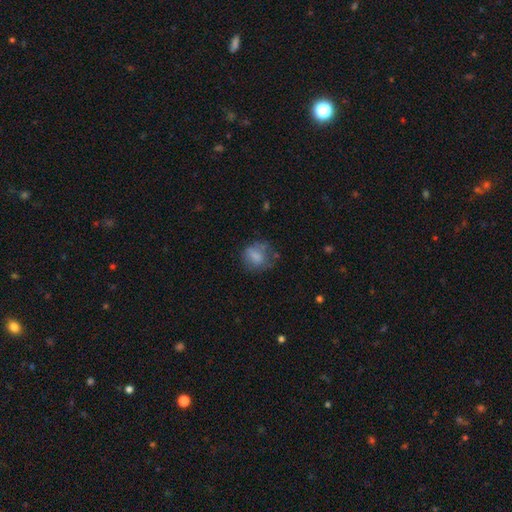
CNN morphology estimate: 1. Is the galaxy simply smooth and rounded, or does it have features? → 70% smooth, 20% featured or disk, 10% star or artifact.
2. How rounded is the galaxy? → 64% round, 34% in between, 1% cigar-shaped.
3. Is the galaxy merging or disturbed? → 51% none, 27% minor disturbance, 19% major disturbance, 3% merger.